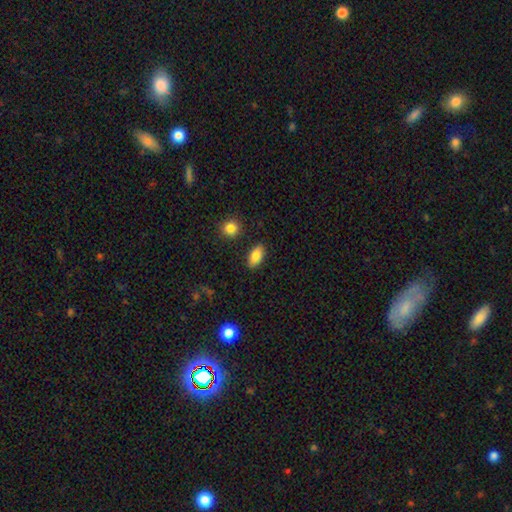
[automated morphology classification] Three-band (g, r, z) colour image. It shows a smooth galaxy with no disk features (85%) that is in between round and cigar-shaped (90%). Merging: none (88%).